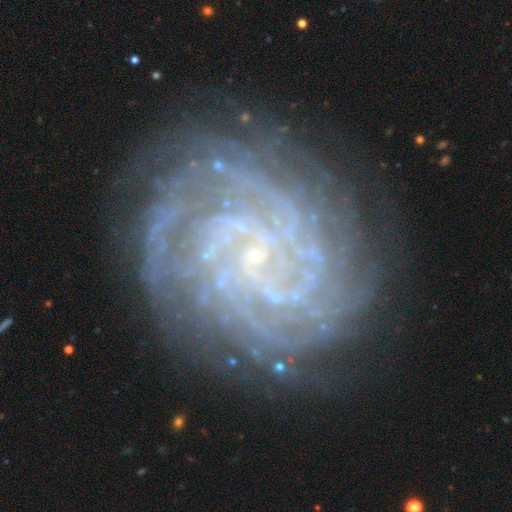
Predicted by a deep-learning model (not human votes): Smooth or featured? featured or disk (88%)
Edge-on disk? no (98%)
Bar? no (61%)
Spiral arms? yes (98%)
Spiral winding? tight (80%)
Spiral arm count? can't tell (23%, tied with more than 4)
Bulge size? small (85%)
Merging? none (81%)